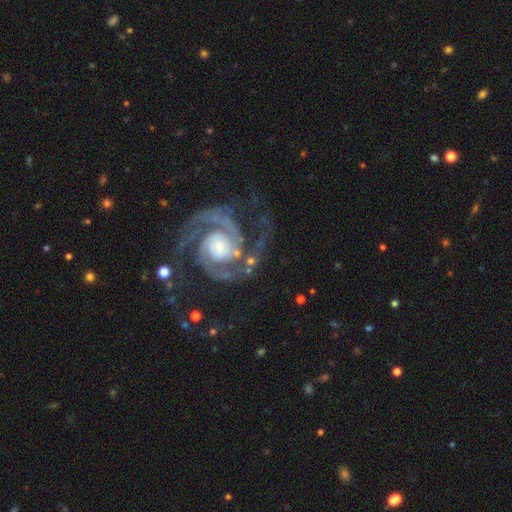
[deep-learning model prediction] Smooth or featured: featured or disk — 93% (star or artifact — 4%)
Edge-on disk: no — 98% (yes — 2%)
Bar: no — 47% (weak — 33%)
Spiral arms: yes — 99% (no — 1%)
Spiral winding: medium — 47% (tight — 46%)
Spiral arm count: 2 — 90% (3 — 3%)
Bulge size: moderate — 47% (large — 24%)
Merging: none — 78% (minor disturbance — 12%)